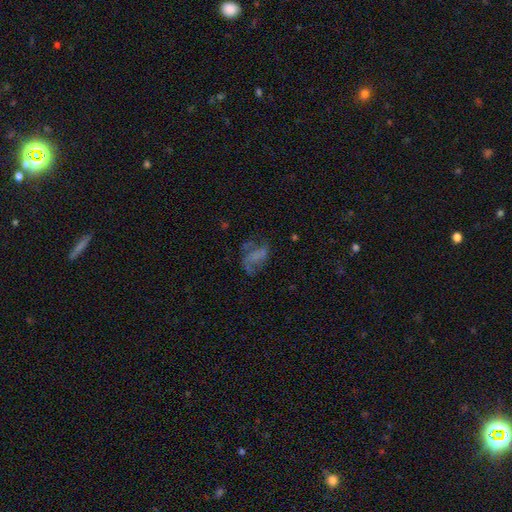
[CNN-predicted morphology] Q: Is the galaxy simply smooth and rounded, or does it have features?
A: featured or disk — 54%.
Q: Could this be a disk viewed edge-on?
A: no — 97%.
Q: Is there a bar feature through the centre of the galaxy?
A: no — 67%.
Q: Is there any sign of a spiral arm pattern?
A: yes — 60%.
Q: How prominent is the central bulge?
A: none — 76%.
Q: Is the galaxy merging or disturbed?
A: none — 41%.